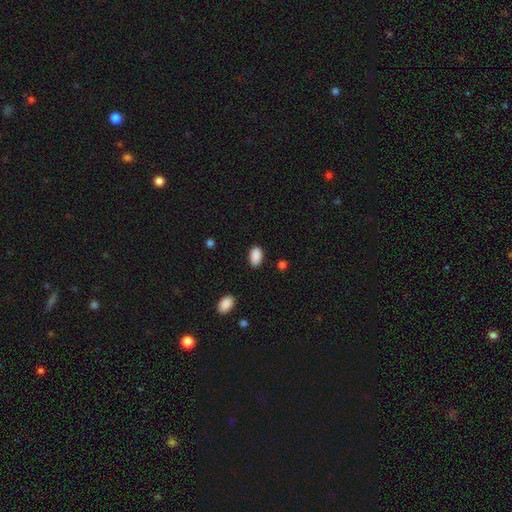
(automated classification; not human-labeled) The model was most divided on "merging": none: 85%, minor disturbance: 11%, major disturbance: 3%, merger: 1%. More confident: how rounded — in between (93%); smooth or featured — smooth (90%).